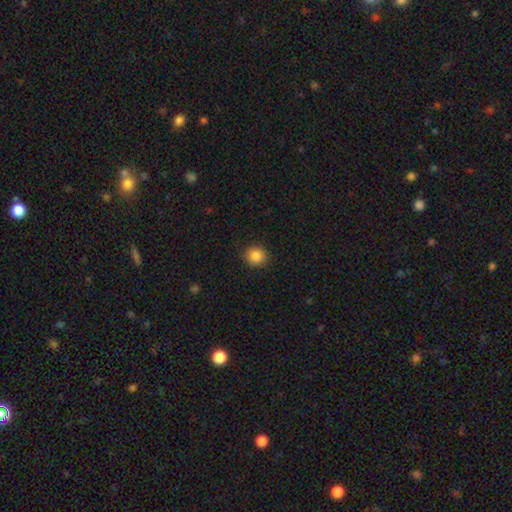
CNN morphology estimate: A smooth galaxy with no disk features (86%) that is round (87%). Merging: none (91%).